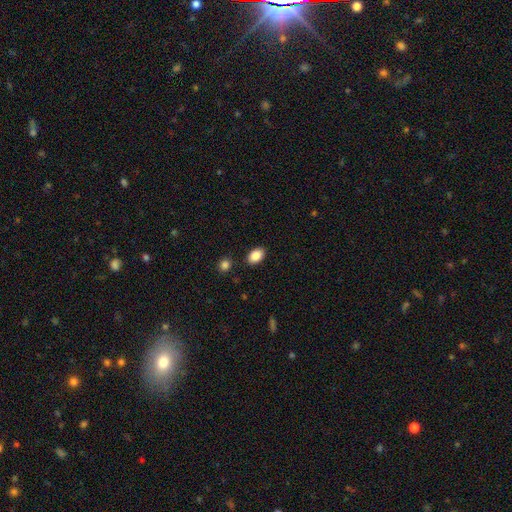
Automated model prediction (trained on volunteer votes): The model was most divided on "merging": none: 85%, minor disturbance: 10%, merger: 3%, major disturbance: 2%. More confident: how rounded — in between (88%); smooth or featured — smooth (87%).